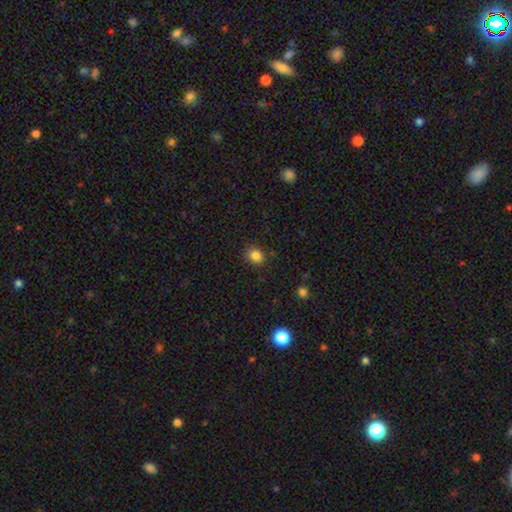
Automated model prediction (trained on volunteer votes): smooth 84%, star or artifact 12%, featured or disk 4%. Down the decision tree: how rounded — round (73%); merging — none (86%).